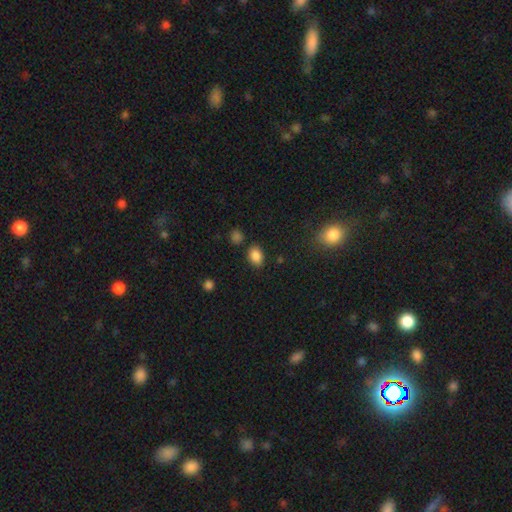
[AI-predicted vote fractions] Smooth or featured?
  - smooth: 85% *
  - star or artifact: 11%
  - featured or disk: 4%
How rounded?
  - in between: 73% *
  - round: 26%
  - cigar-shaped: 1%
Merging?
  - none: 81% *
  - minor disturbance: 11%
  - merger: 5%
  - major disturbance: 3%